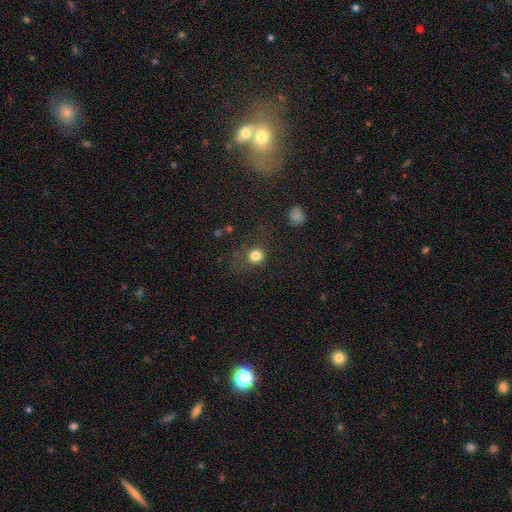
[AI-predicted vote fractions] Morphology: type=smooth (80%); roundness=round (89%); merging=none (73%).